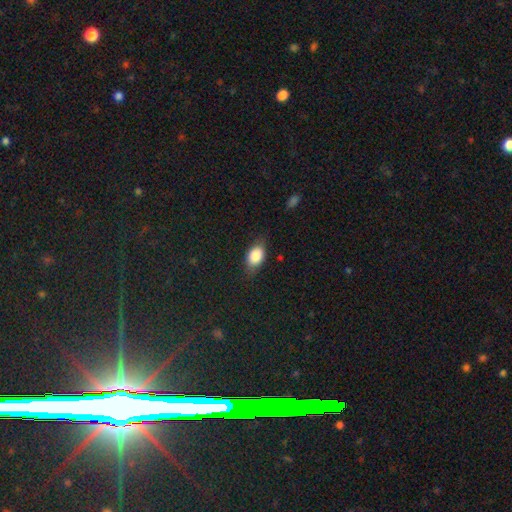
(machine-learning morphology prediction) Overall: smooth (82%). How rounded: in between (84%). Merging: none (76%).